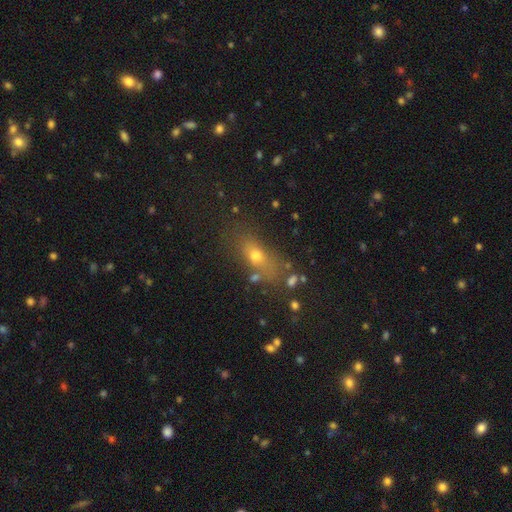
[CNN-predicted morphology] smooth 63%, star or artifact 19%, featured or disk 18%. Down the decision tree: how rounded — in between (62%); merging — none (63%).